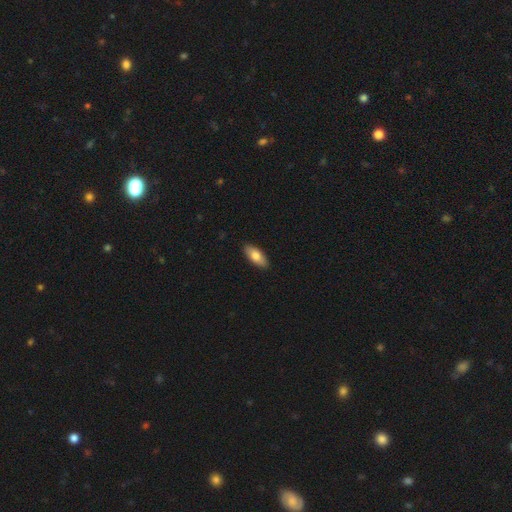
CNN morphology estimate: smooth 77%, featured or disk 17%, star or artifact 6%. Down the decision tree: how rounded — in between (81%); merging — none (89%).